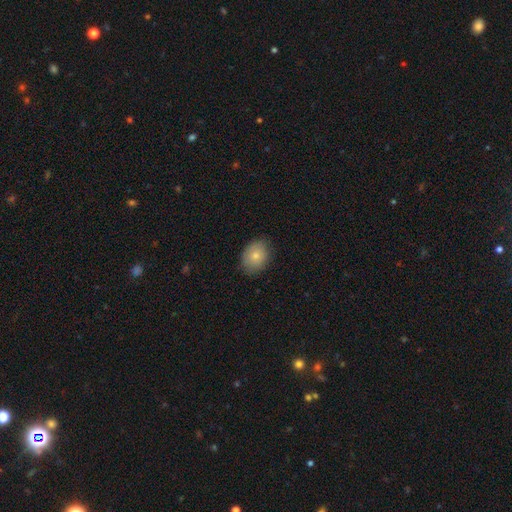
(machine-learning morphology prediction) Smooth or featured? smooth (80%)
How rounded? in between (60%)
Merging? none (82%)